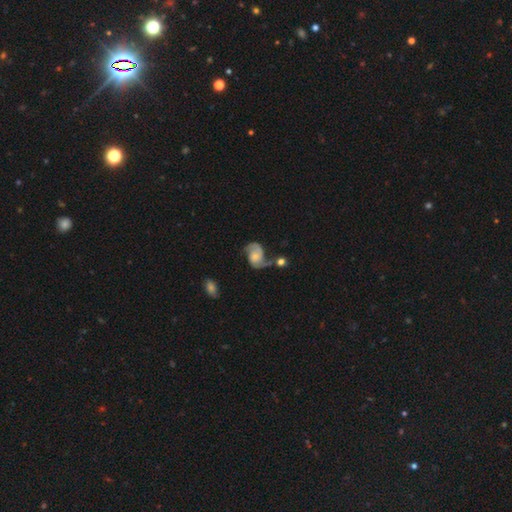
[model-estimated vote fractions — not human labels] Q: Smooth or featured?
A: featured or disk (81%); runner-up: smooth (13%)
Q: Edge-on disk?
A: no (98%); runner-up: yes (2%)
Q: Bar?
A: no (67%); runner-up: weak (28%)
Q: Spiral arms?
A: yes (95%); runner-up: no (5%)
Q: Spiral winding?
A: medium (46%); runner-up: loose (35%)
Q: Spiral arm count?
A: 2 (86%); runner-up: 1 (7%)
Q: Bulge size?
A: small (47%); runner-up: moderate (34%)
Q: Merging?
A: none (44%); runner-up: minor disturbance (22%)